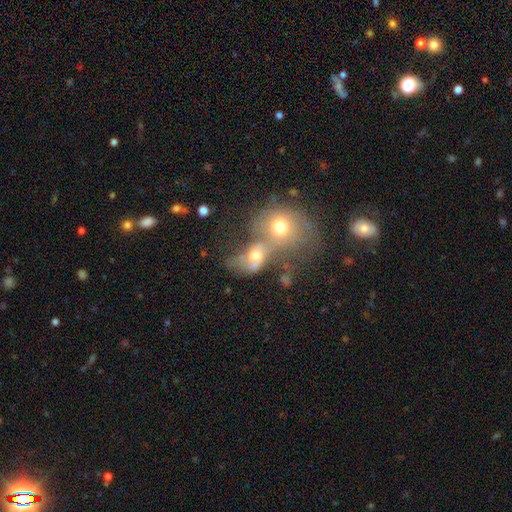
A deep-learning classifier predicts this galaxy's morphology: Overall: smooth (53%; featured or disk 33%). How rounded: in between (51%; round 47%). Merging: merger (73%).